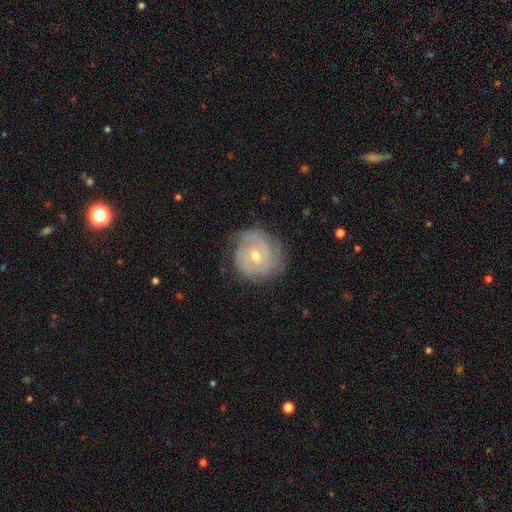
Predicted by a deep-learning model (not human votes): The model was most divided on "spiral arm count": can't tell: 31%, 2: 26%, 3: 24%, 4: 9%, 1: 5%, more than 4: 5%. More confident: edge-on disk — no (98%); spiral arms — yes (94%); smooth or featured — featured or disk (81%); merging — none (78%); spiral winding — tight (73%); bar — no (62%); bulge size — moderate (52%).